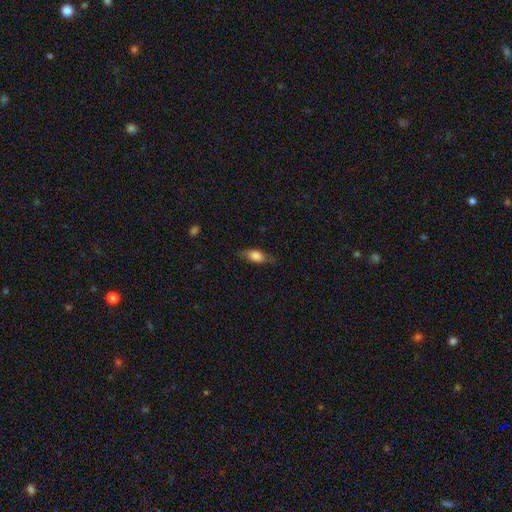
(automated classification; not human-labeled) A smooth galaxy with no disk features (72%) that is in between round and cigar-shaped (78%). Merging: none (73%).